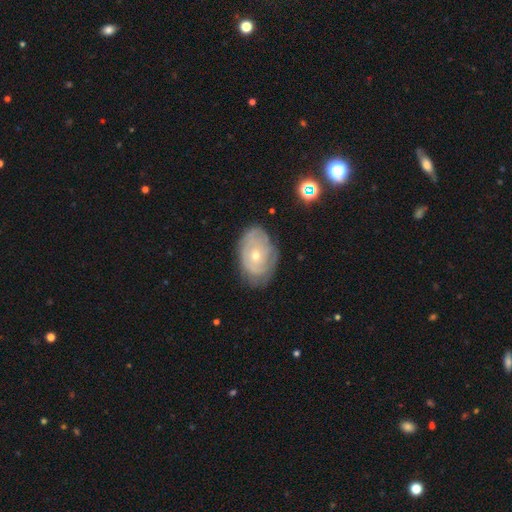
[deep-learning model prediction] Q: Smooth or featured?
A: featured or disk (66%); runner-up: smooth (26%)
Q: Edge-on disk?
A: no (94%); runner-up: yes (6%)
Q: Bar?
A: no (81%); runner-up: weak (15%)
Q: Spiral arms?
A: yes (72%); runner-up: no (28%)
Q: Bulge size?
A: small (58%); runner-up: moderate (39%)
Q: Merging?
A: none (75%); runner-up: minor disturbance (19%)